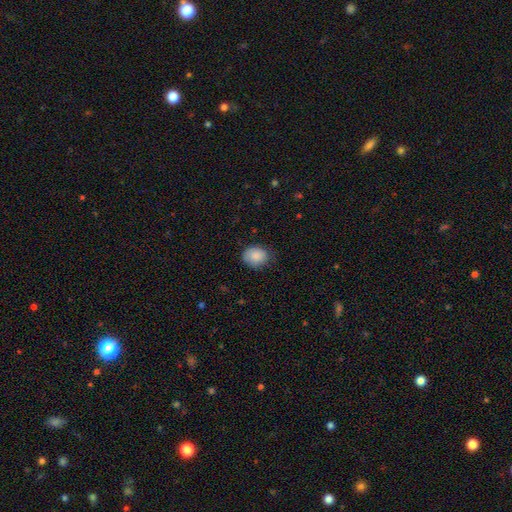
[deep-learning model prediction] Smooth or featured? smooth (87%)
How rounded? round (59%)
Merging? none (74%)